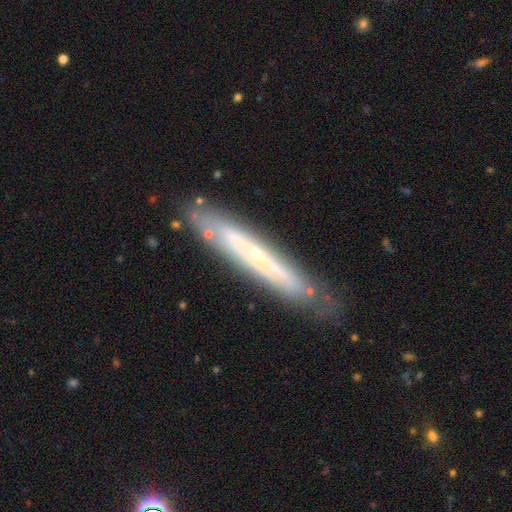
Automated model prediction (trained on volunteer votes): Morphology: type=featured or disk (69%); edge-on=yes (66%); merging=none (77%).